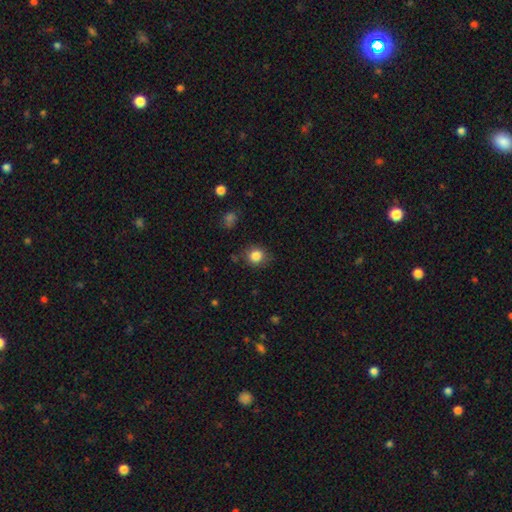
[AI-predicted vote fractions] A smooth galaxy with no disk features (84%) that is round (78%). Merging: none (81%).